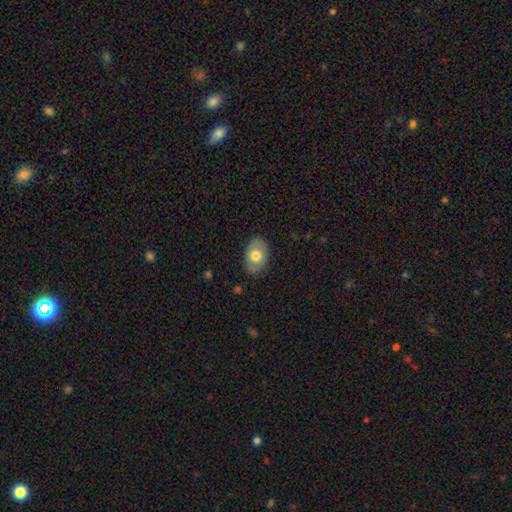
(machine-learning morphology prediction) Overall: smooth (68%). How rounded: in between (86%). Merging: none (84%).